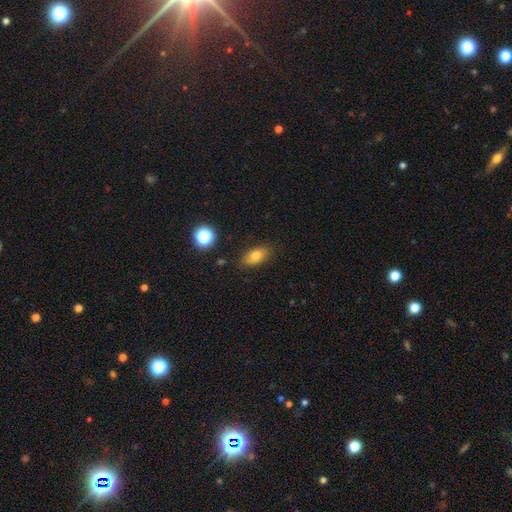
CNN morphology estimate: Smooth or featured? Predicted: smooth (p=0.74). How rounded? Predicted: in between (p=0.82). Merging? Predicted: none (p=0.84).